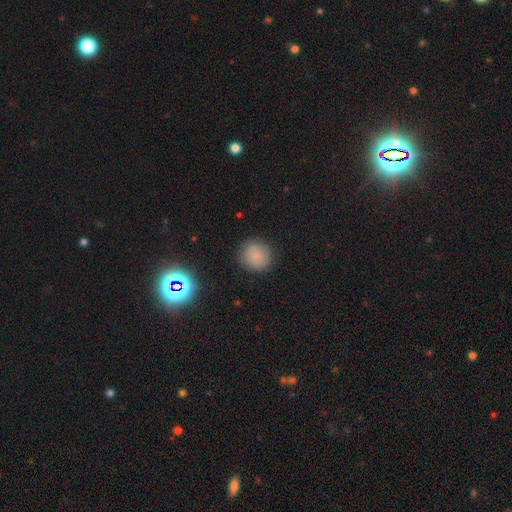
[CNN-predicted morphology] smooth 79%, star or artifact 12%, featured or disk 8%. Down the decision tree: how rounded — round (91%); merging — none (85%).